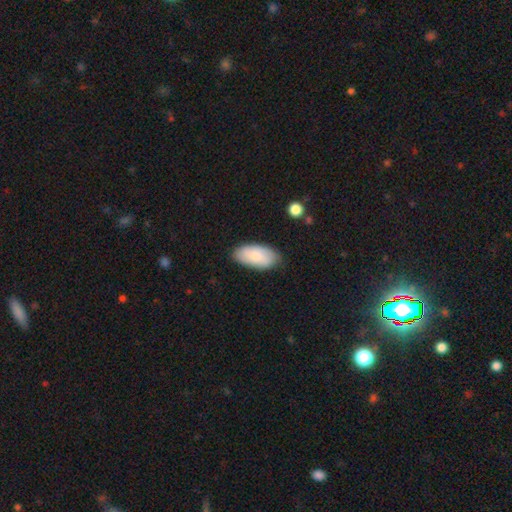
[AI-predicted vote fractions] Smooth or featured? Predicted: smooth (p=0.79). How rounded? Predicted: in between (p=0.94). Merging? Predicted: none (p=0.81).